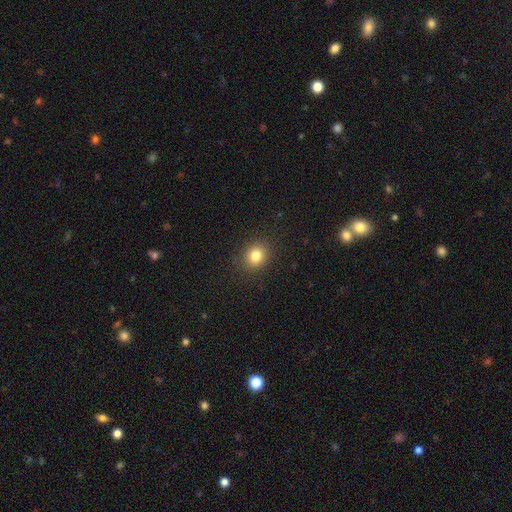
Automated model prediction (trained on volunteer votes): smooth-or-featured: smooth: 81% | star or artifact: 12% | featured or disk: 7%
  how-rounded: round: 66% | in between: 33% | cigar-shaped: 1%
  merging: none: 88% | minor disturbance: 8% | major disturbance: 3% | merger: 1%